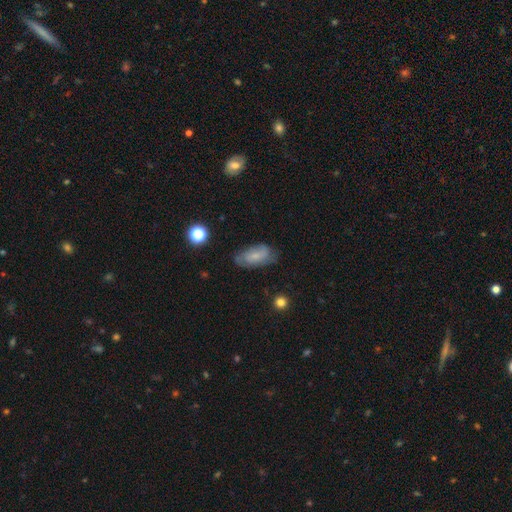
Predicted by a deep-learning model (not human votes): smooth 49%, featured or disk 43%, star or artifact 9%. Down the decision tree: merging — none (68%).